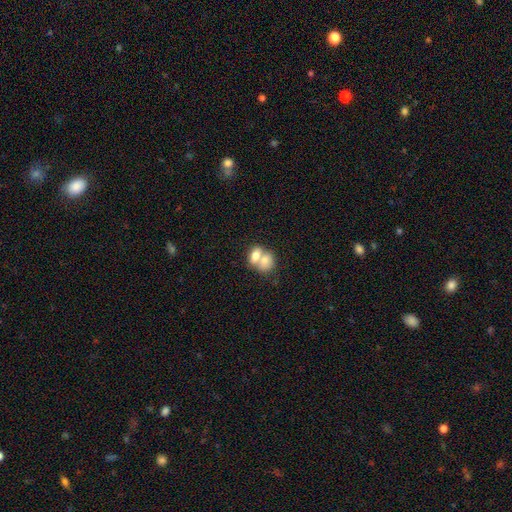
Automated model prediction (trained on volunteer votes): Morphology: type=smooth (72%); roundness=in between (69%); merging=merger (71%).